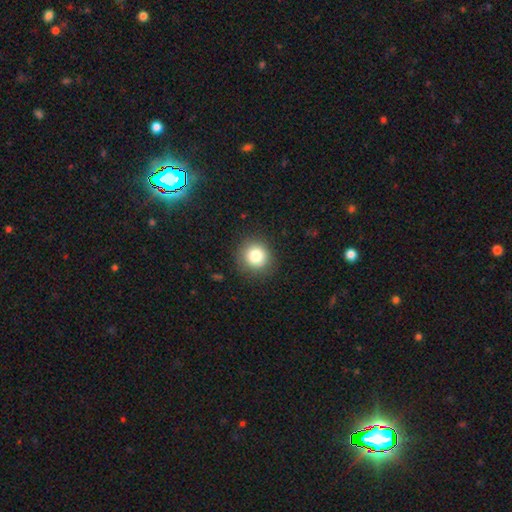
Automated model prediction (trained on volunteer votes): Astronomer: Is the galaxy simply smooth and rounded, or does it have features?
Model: smooth — 82%.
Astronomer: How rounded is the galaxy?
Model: round — 93%.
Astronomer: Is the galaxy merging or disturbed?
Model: none — 88%.